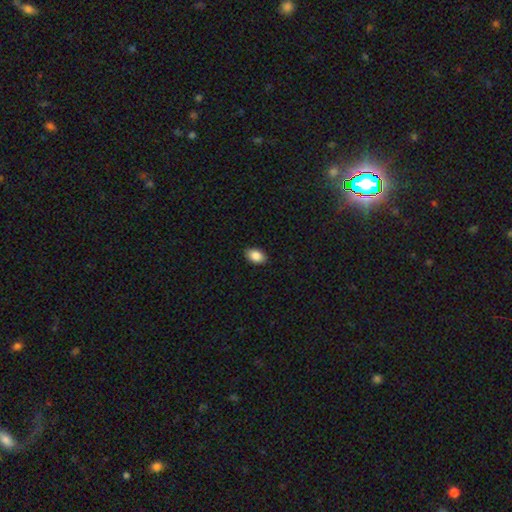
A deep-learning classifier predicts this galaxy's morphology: A smooth galaxy with no disk features (88%) that is in between round and cigar-shaped (91%).

Vote fractions:
- Smooth or featured? smooth: 88% / star or artifact: 7% / featured or disk: 5%
- How rounded? in between: 91% / round: 7% / cigar-shaped: 1%
- Merging? none: 89% / minor disturbance: 8% / major disturbance: 2% / merger: 1%